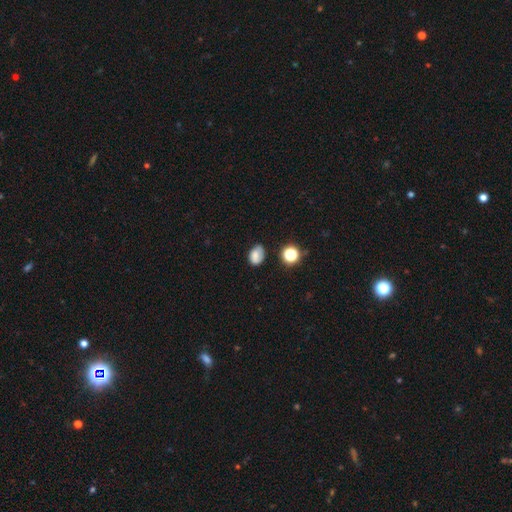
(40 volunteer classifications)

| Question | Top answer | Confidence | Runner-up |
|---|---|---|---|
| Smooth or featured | smooth | 85% | featured or disk (8%) |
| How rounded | in between | 62% | round (38%) |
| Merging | none | 62% | minor disturbance (27%) |